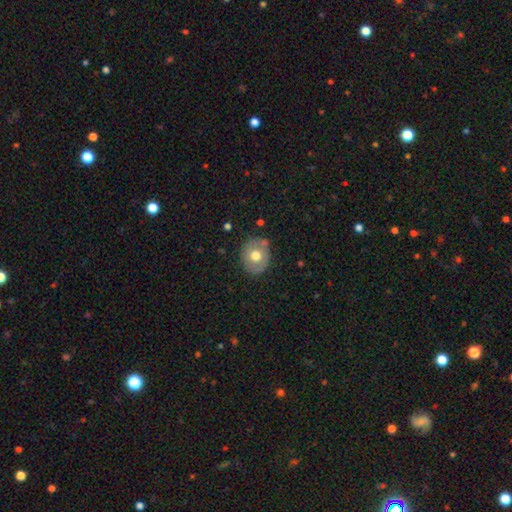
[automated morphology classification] smooth_or_featured: smooth (p=0.61) [alt: featured or disk p=0.31]
how_rounded: round (p=0.69) [alt: in between p=0.30]
merging: none (p=0.79) [alt: minor disturbance p=0.14]